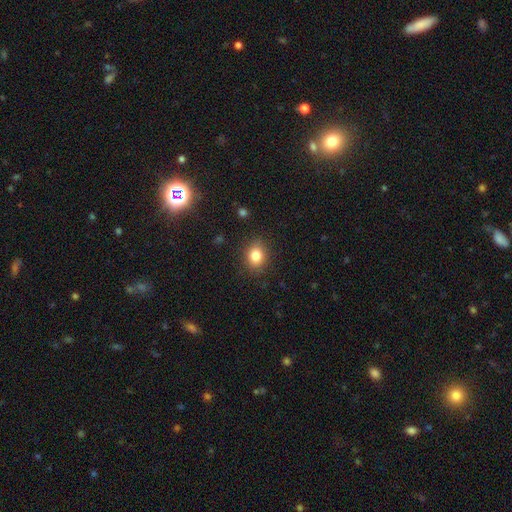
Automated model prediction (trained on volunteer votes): This appears to be a smooth galaxy with no disk features (82%) that is round (55%). Merging: none (86%).